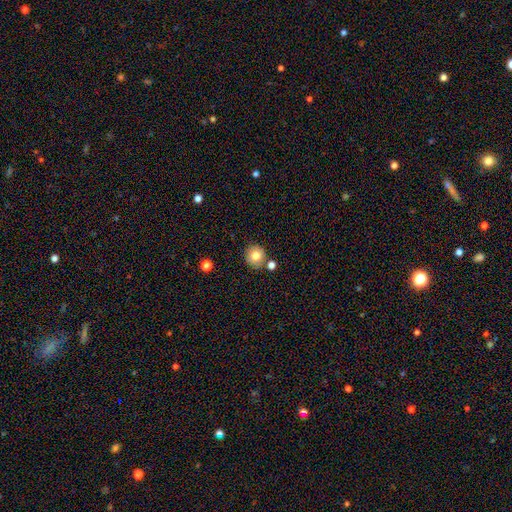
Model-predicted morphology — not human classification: Smooth or featured? Predicted: smooth (p=0.79). How rounded? Predicted: round (p=0.92). Merging? Predicted: none (p=0.81).